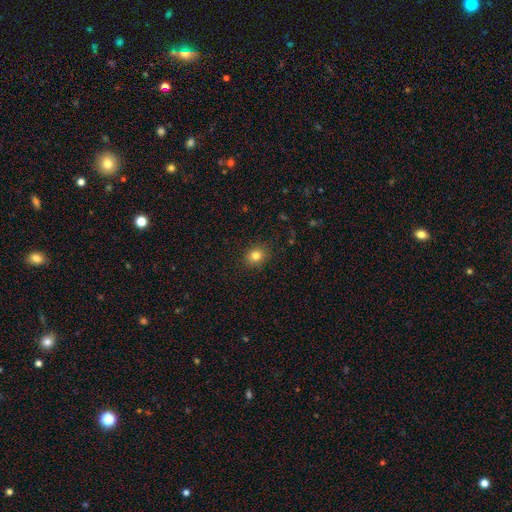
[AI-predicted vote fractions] The model was most divided on "how rounded": round: 66%, in between: 33%, cigar-shaped: 1%. More confident: merging — none (89%); smooth or featured — smooth (82%).